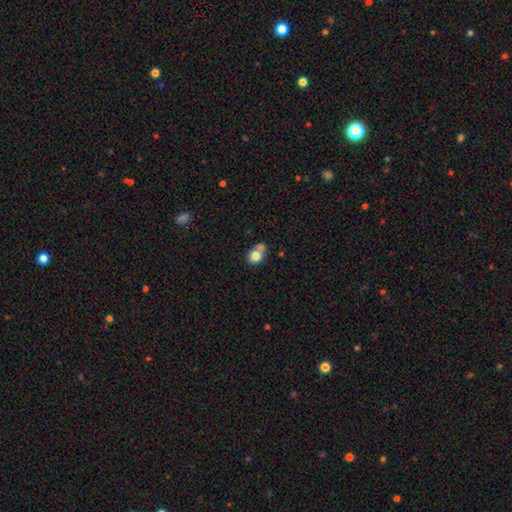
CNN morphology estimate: Smooth or featured? smooth (77%)
How rounded? round (63%)
Merging? merger (41%)